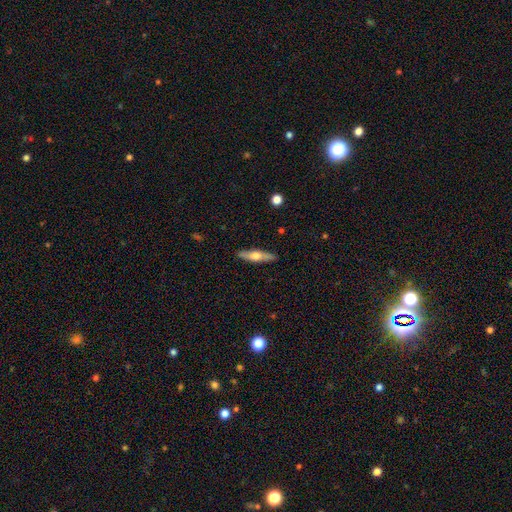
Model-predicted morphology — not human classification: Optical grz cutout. It shows a featured or disk galaxy (49%). Merging: none (90%).